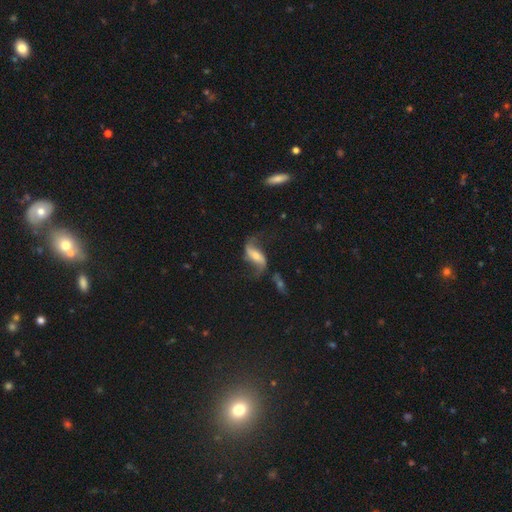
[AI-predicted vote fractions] Morphology: type=featured or disk (75%); edge-on=no (91%); bar=strong (42%); spiral arms=yes (91%); winding=loose (87%); arm count=2 (91%); bulge=small (39%); merging=none (60%).